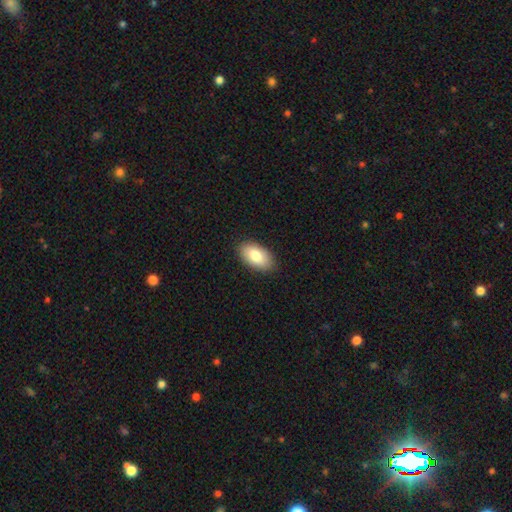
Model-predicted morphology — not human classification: Smooth or featured?
  - smooth: 81% *
  - featured or disk: 12%
  - star or artifact: 7%
How rounded?
  - in between: 94% *
  - round: 4%
  - cigar-shaped: 2%
Merging?
  - none: 88% *
  - minor disturbance: 9%
  - major disturbance: 2%
  - merger: 1%